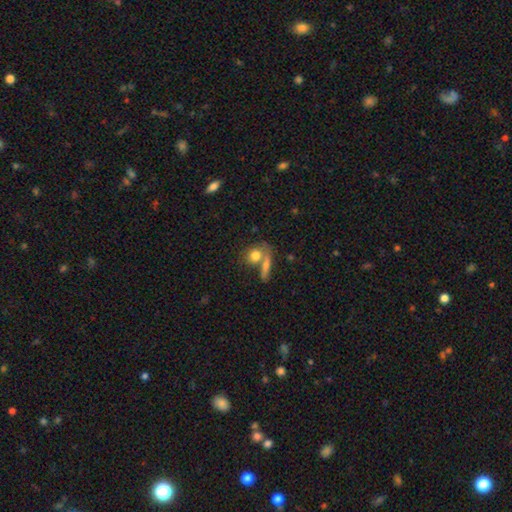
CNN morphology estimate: Smooth or featured? smooth (76%)
How rounded? round (50%)
Merging? none (46%)